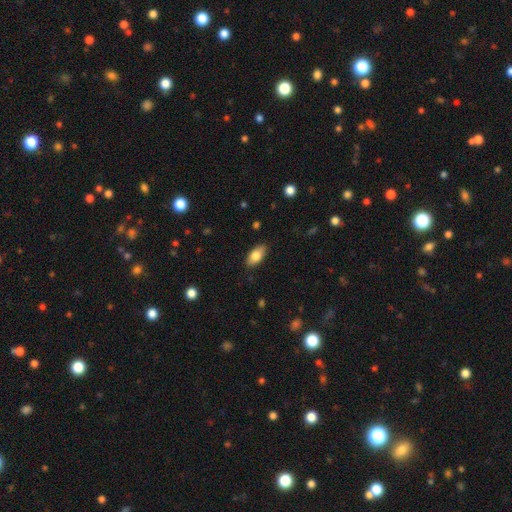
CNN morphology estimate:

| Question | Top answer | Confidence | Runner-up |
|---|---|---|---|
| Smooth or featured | smooth | 80% | featured or disk (13%) |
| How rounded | in between | 90% | cigar-shaped (6%) |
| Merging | none | 87% | minor disturbance (10%) |